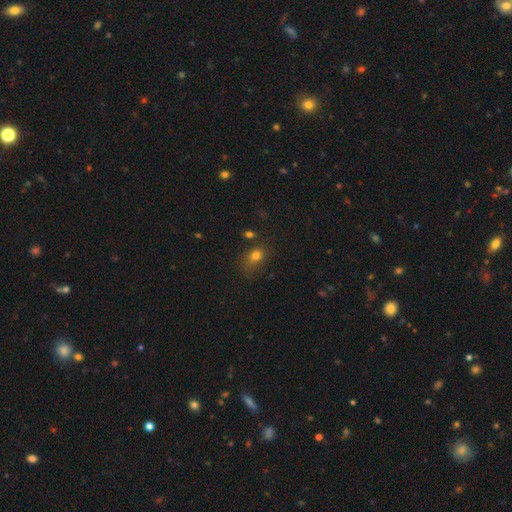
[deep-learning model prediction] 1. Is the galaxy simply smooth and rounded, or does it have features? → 76% smooth, 15% star or artifact, 10% featured or disk.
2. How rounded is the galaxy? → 61% in between, 37% round, 2% cigar-shaped.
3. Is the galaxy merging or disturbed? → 56% none, 26% minor disturbance, 13% major disturbance, 6% merger.